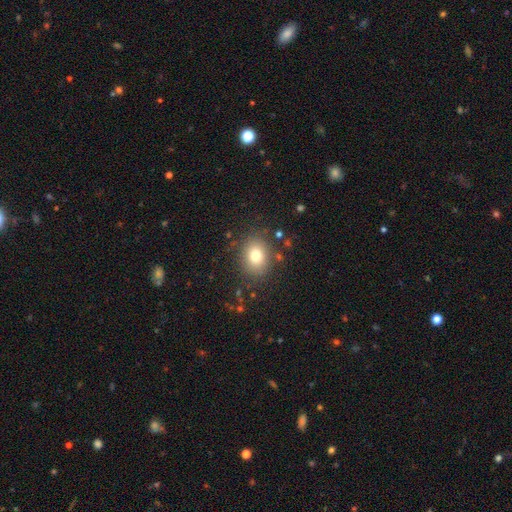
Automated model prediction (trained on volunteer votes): smooth-or-featured: smooth: 78% | star or artifact: 12% | featured or disk: 10%
  how-rounded: round: 53% | in between: 46% | cigar-shaped: 1%
  merging: none: 84% | minor disturbance: 10% | major disturbance: 4% | merger: 2%